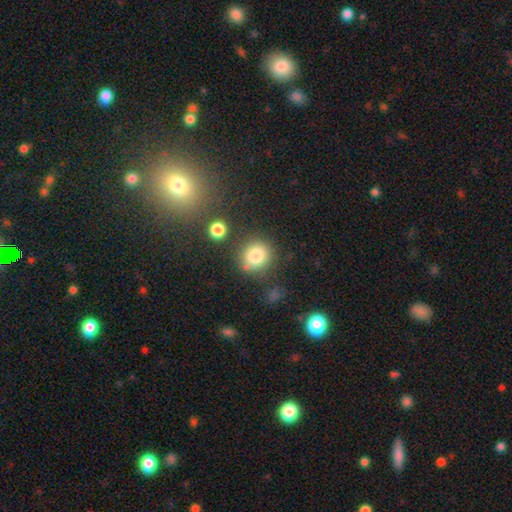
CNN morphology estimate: A smooth galaxy with no disk features (81%) that is round (85%). Merging: none (74%).